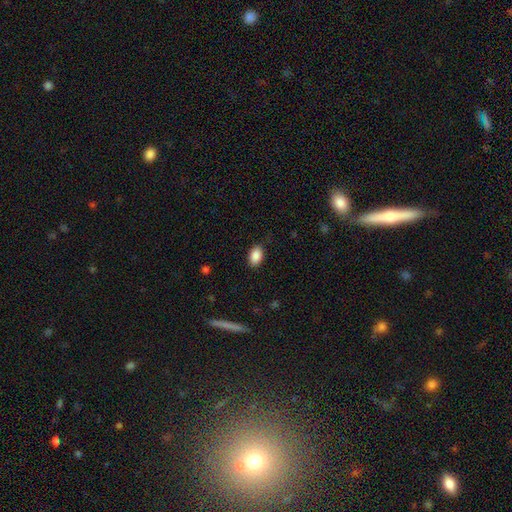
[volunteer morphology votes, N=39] Overall: smooth (92%). How rounded: in between (92%). Merging: none (87%).